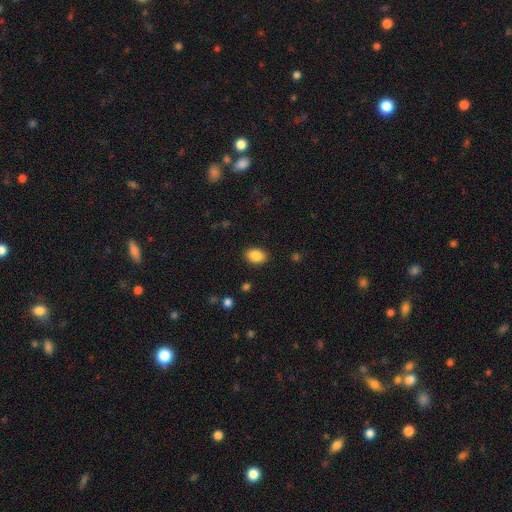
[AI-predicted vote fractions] Overall: smooth (87%). How rounded: in between (79%). Merging: none (88%).